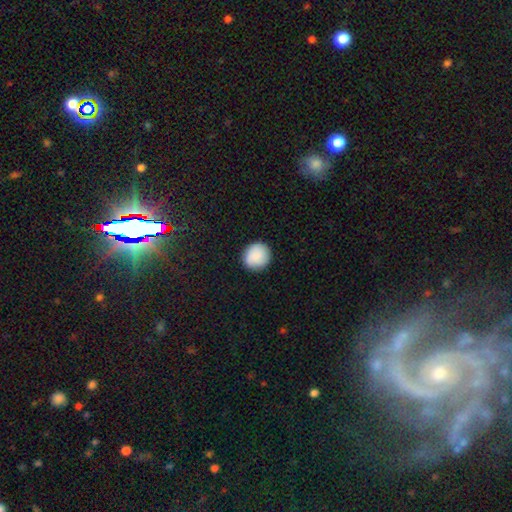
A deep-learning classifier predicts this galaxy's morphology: Smooth or featured? Predicted: smooth (p=0.89). How rounded? Predicted: round (p=0.88). Merging? Predicted: none (p=0.90).